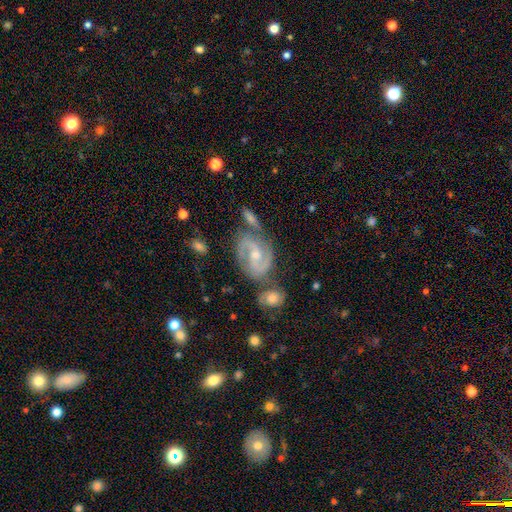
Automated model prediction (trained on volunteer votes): A featured or disk galaxy (88%) with a weak bar (46%), 2 (85%) medium (53%) spiral arms (97%) and a moderate central bulge (48%).

Vote fractions:
- Smooth or featured? featured or disk: 88% / smooth: 7% / star or artifact: 6%
- Edge-on disk? no: 97% / yes: 3%
- Bar? weak: 46% / no: 37% / strong: 17%
- Spiral arms? yes: 97% / no: 3%
- Spiral winding? medium: 53% / tight: 34% / loose: 13%
- Spiral arm count? 2: 85% / 3: 5% / can't tell: 5% / 1: 2% / 4: 1% / more than 4: 1%
- Bulge size? moderate: 48% / small: 47% / none: 3% / large: 2% / dominant: 1%
- Merging? none: 58% / minor disturbance: 19% / merger: 16% / major disturbance: 8%